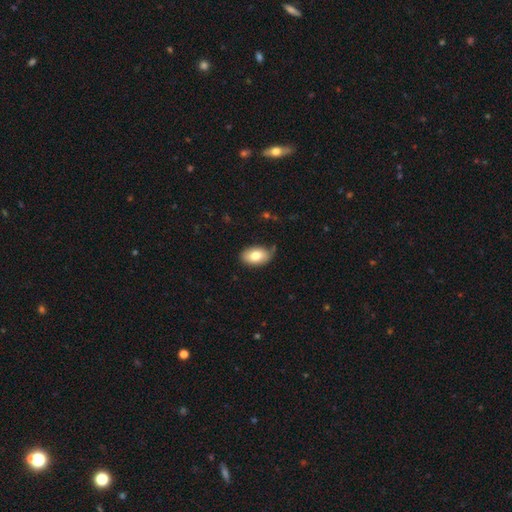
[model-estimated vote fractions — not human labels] Overall: smooth (78%). How rounded: in between (91%). Merging: none (76%).